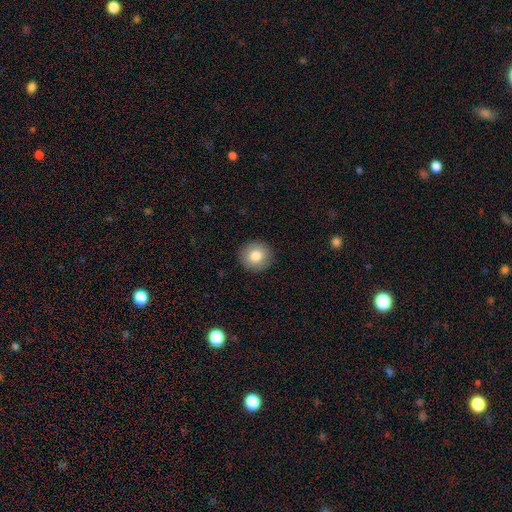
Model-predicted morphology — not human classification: Smooth or featured? smooth (81%)
How rounded? round (92%)
Merging? none (92%)